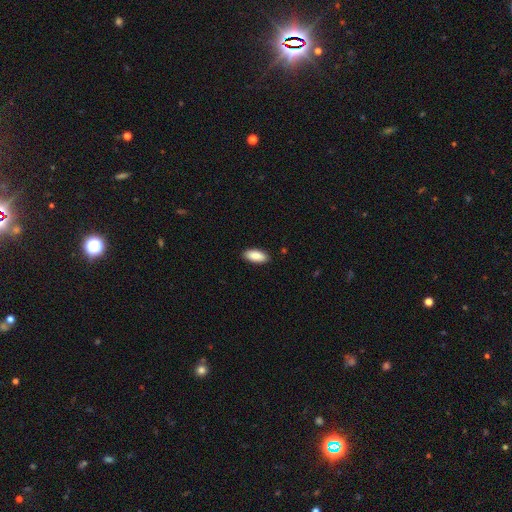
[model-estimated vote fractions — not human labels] A smooth galaxy with no disk features (89%) that is in between round and cigar-shaped (87%).

Vote fractions:
- Smooth or featured? smooth: 89% / star or artifact: 6% / featured or disk: 6%
- How rounded? in between: 87% / cigar-shaped: 12% / round: 2%
- Merging? none: 89% / minor disturbance: 9% / major disturbance: 2% / merger: 1%